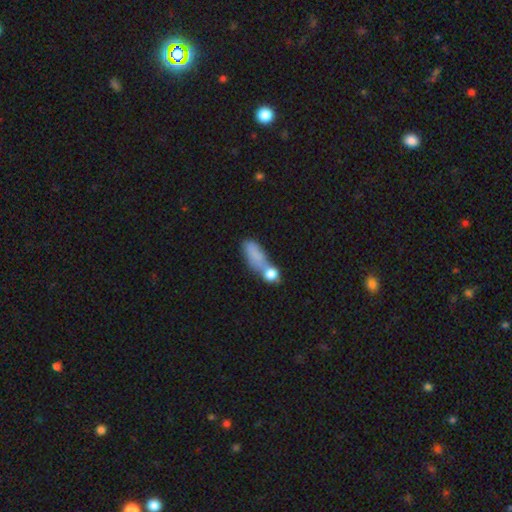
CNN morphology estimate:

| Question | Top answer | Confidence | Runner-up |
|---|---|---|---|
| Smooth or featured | smooth | 75% | featured or disk (15%) |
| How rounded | in between | 67% | cigar-shaped (23%) |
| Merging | merger | 49% | none (26%) |